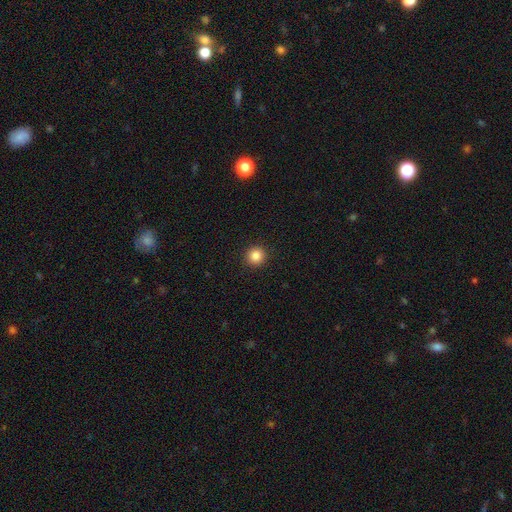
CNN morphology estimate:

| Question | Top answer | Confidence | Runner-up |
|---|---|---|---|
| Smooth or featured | smooth | 85% | star or artifact (11%) |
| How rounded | round | 94% | in between (5%) |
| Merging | none | 93% | minor disturbance (5%) |